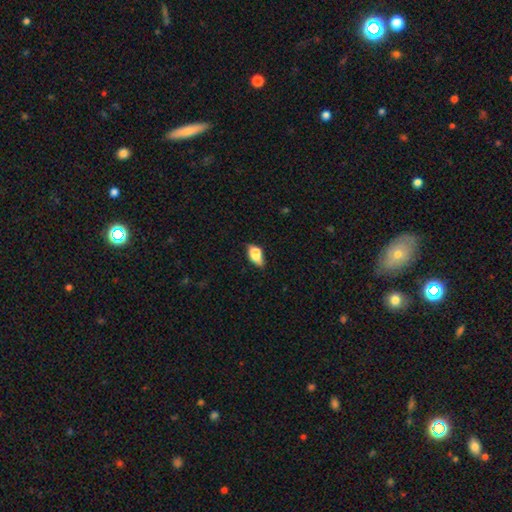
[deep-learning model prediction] Overall: smooth (75%). How rounded: in between (86%). Merging: none (40%; minor disturbance 39%).